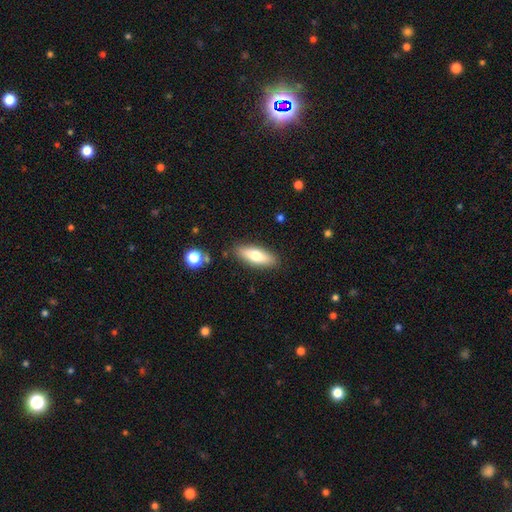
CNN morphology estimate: A smooth galaxy with no disk features (69%) that is in between round and cigar-shaped (60%). Merging: none (86%).